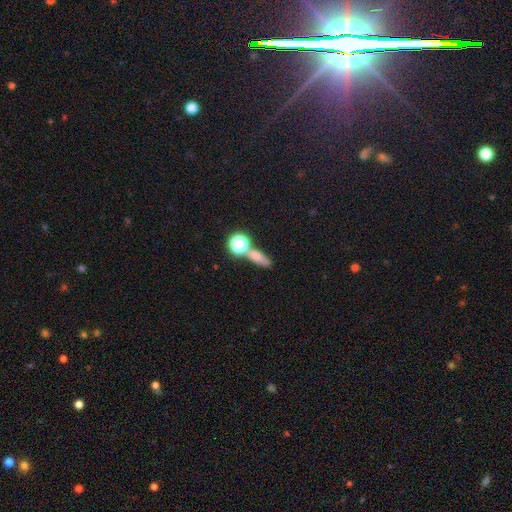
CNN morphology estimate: A smooth galaxy with no disk features (64%) that is in between round and cigar-shaped (41%). Merging: none (57%).